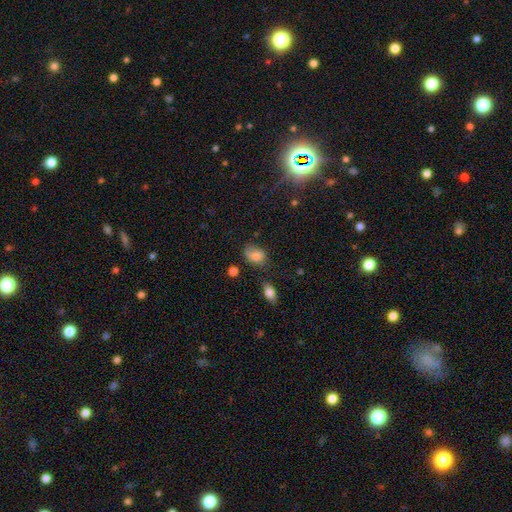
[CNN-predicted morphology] This is clearly a smooth galaxy (83%). How rounded: likely in between (79%). Merging: possibly none (54%).